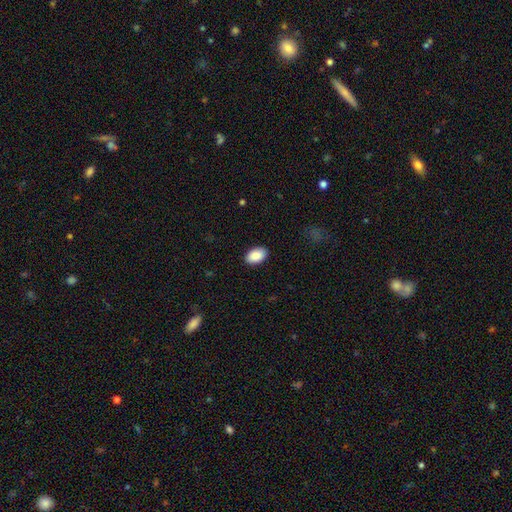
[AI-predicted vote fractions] This appears to be a smooth galaxy with no disk features (91%) that is in between round and cigar-shaped (93%). Merging: none (89%).